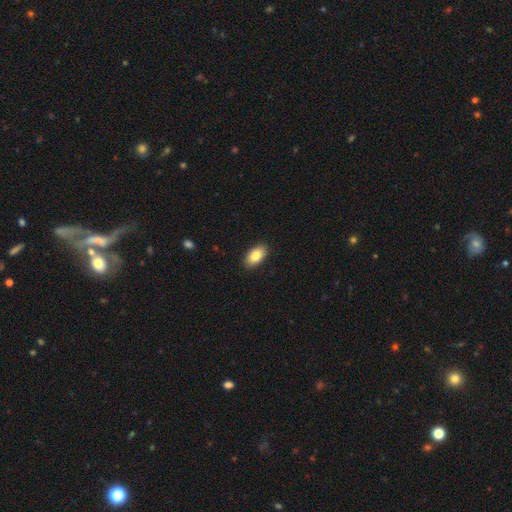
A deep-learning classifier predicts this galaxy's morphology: Q: Smooth or featured?
A: smooth (84%); runner-up: featured or disk (9%)
Q: How rounded?
A: in between (94%); runner-up: round (4%)
Q: Merging?
A: none (90%); runner-up: minor disturbance (8%)